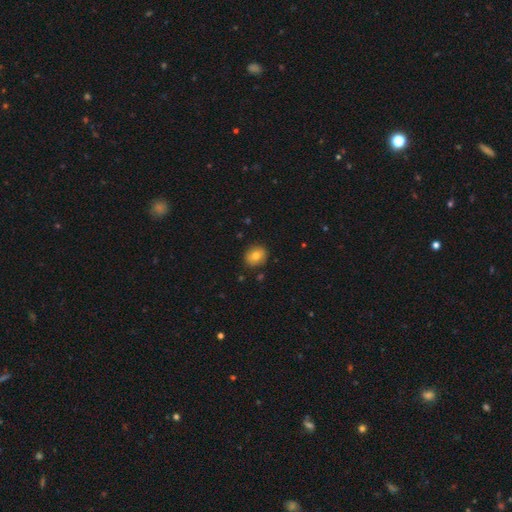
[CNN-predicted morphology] The model was most divided on "how rounded": round: 72%, in between: 27%, cigar-shaped: 1%. More confident: merging — none (87%); smooth or featured — smooth (77%).